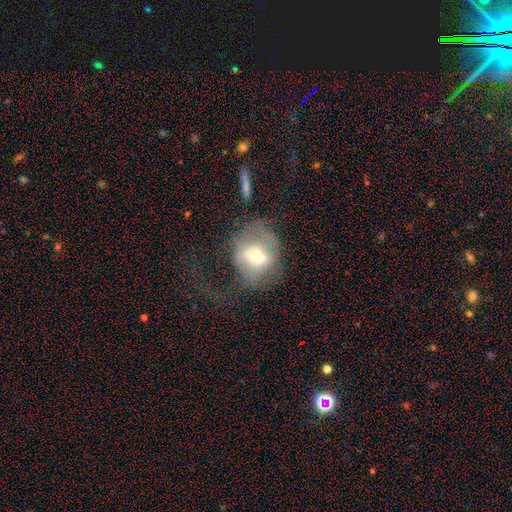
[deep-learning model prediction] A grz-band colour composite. It shows a smooth galaxy with no disk features (48%). Merging: major disturbance (49%).